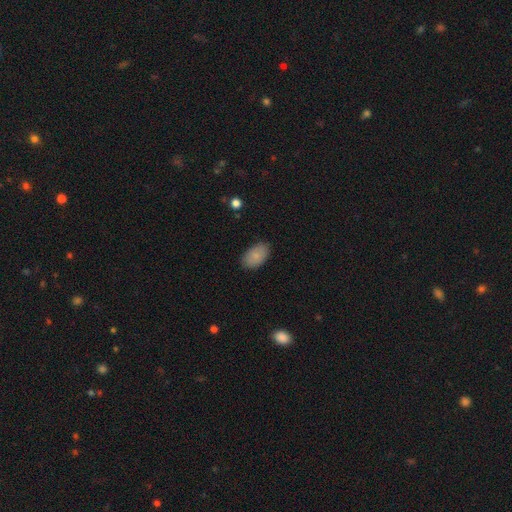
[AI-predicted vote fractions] Q: Smooth or featured?
A: smooth (86%); runner-up: star or artifact (7%)
Q: How rounded?
A: in between (93%); runner-up: round (5%)
Q: Merging?
A: none (85%); runner-up: minor disturbance (11%)